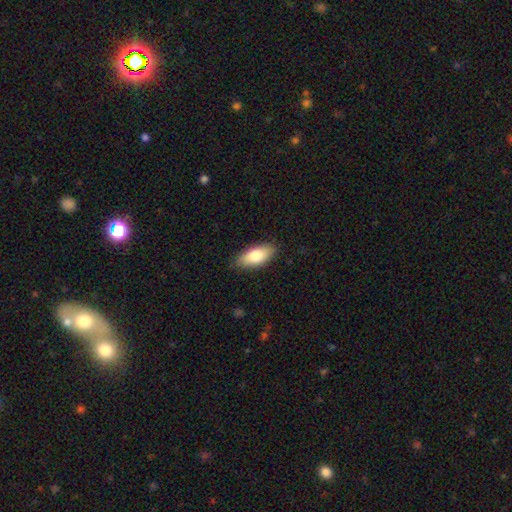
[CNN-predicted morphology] Smooth or featured?
  - smooth: 80% *
  - featured or disk: 14%
  - star or artifact: 6%
How rounded?
  - in between: 87% *
  - cigar-shaped: 11%
  - round: 2%
Merging?
  - none: 87% *
  - minor disturbance: 10%
  - major disturbance: 2%
  - merger: 1%